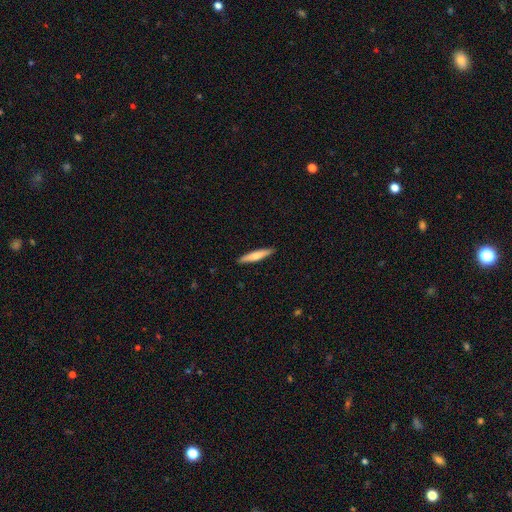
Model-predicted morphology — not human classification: smooth_or_featured: smooth (p=0.67) [alt: featured or disk p=0.28]
how_rounded: cigar-shaped (p=0.90) [alt: in between p=0.09]
merging: none (p=0.91) [alt: minor disturbance p=0.07]